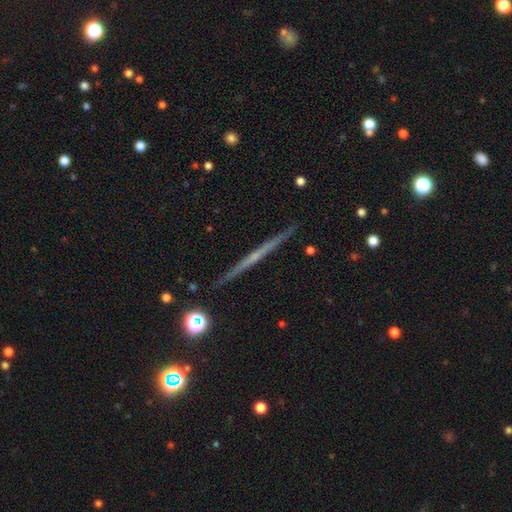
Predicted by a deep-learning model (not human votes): Smooth or featured? Predicted: featured or disk (p=0.69). Edge-on disk? Predicted: yes (p=0.98). Edge-on bulge? Predicted: none (p=0.77). Merging? Predicted: none (p=0.92).